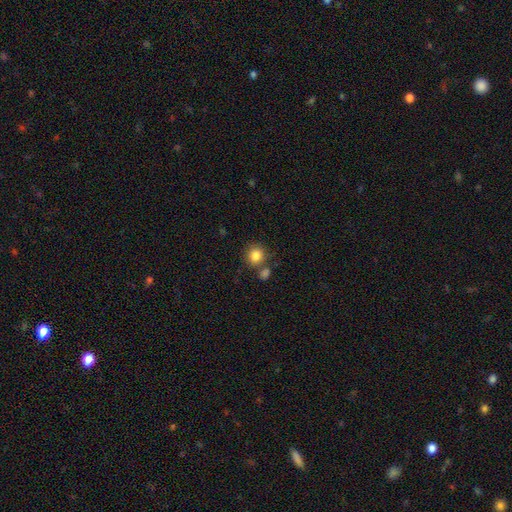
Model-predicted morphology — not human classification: smooth-or-featured: smooth: 84% | star or artifact: 10% | featured or disk: 6%
  how-rounded: round: 85% | in between: 14% | cigar-shaped: 1%
  merging: none: 68% | merger: 18% | minor disturbance: 11% | major disturbance: 4%